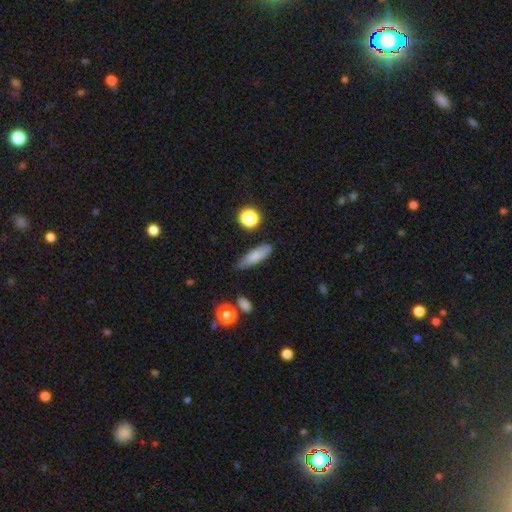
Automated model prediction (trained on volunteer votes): smooth 78%, featured or disk 14%, star or artifact 8%. Down the decision tree: how rounded — cigar-shaped (56%); merging — none (71%).